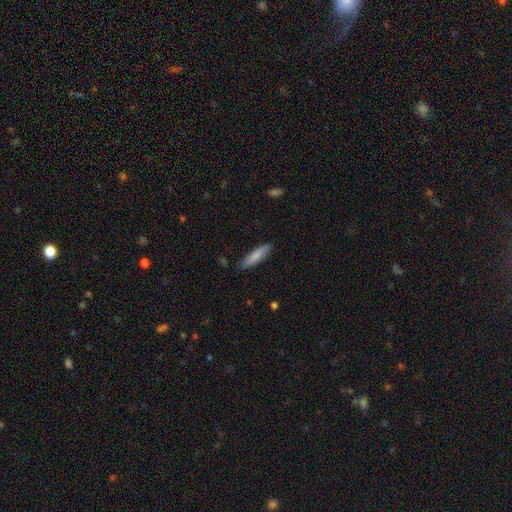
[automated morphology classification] Smooth or featured: smooth — 79% (featured or disk — 16%)
How rounded: cigar-shaped — 77% (in between — 22%)
Merging: none — 85% (minor disturbance — 12%)